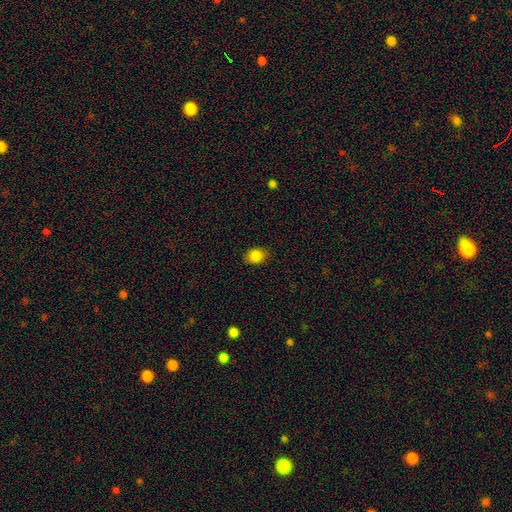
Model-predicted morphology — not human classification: The model was most divided on "how rounded": in between: 54%, round: 45%, cigar-shaped: 1%. More confident: merging — none (85%); smooth or featured — smooth (85%).